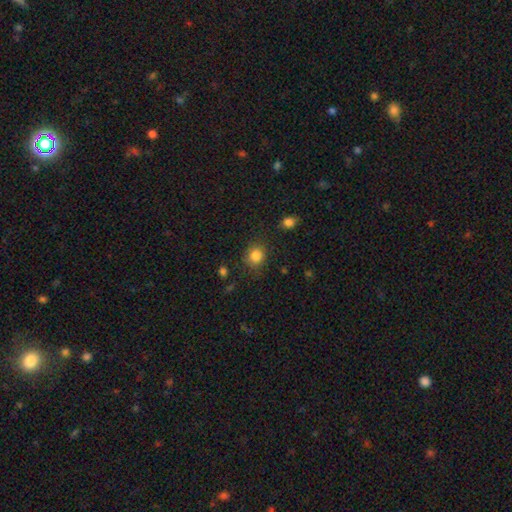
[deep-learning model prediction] Smooth or featured: smooth — 84% (star or artifact — 11%)
How rounded: round — 79% (in between — 20%)
Merging: none — 80% (minor disturbance — 14%)